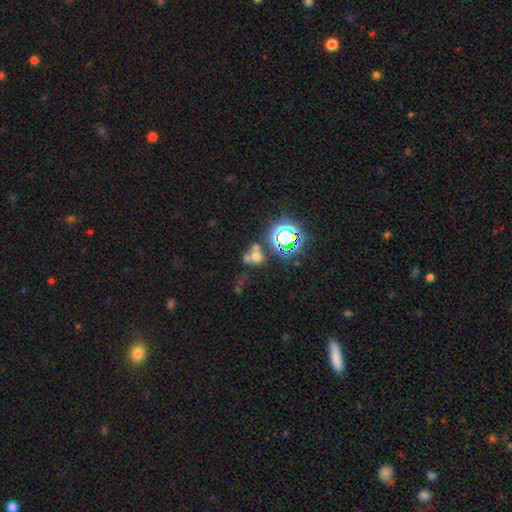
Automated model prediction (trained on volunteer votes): smooth_or_featured: smooth (p=0.48) [alt: star or artifact p=0.34]
merging: merger (p=0.46) [alt: none p=0.35]